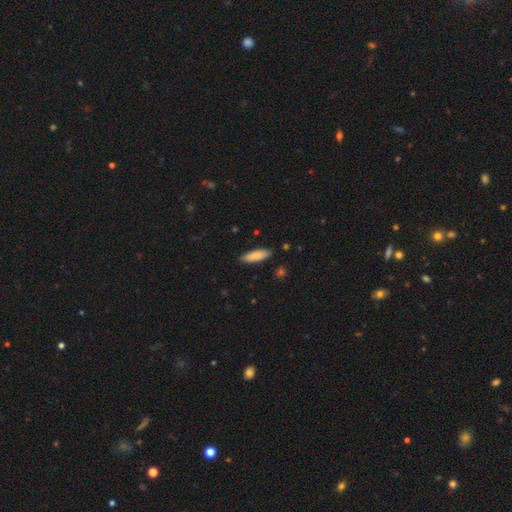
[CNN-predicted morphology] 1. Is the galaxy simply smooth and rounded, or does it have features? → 85% smooth, 9% featured or disk, 6% star or artifact.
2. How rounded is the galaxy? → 52% cigar-shaped, 46% in between, 2% round.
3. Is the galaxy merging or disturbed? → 88% none, 9% minor disturbance, 2% major disturbance, 1% merger.